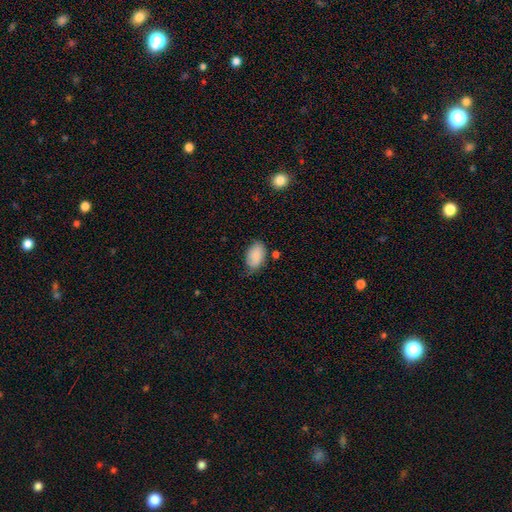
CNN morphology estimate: This is clearly a smooth galaxy (83%). How rounded: clearly in between (91%). Merging: likely none (60%).